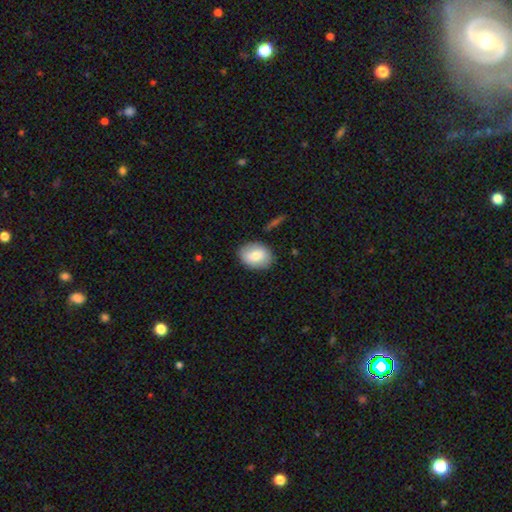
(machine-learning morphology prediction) Smooth or featured: smooth — 76% (featured or disk — 17%)
How rounded: in between — 72% (round — 27%)
Merging: none — 83% (minor disturbance — 12%)